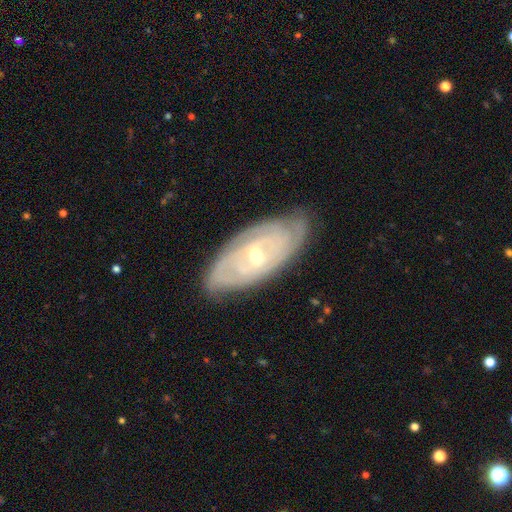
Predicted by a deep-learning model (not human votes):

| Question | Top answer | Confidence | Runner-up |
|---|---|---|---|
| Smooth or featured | featured or disk | 82% | smooth (12%) |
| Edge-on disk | no | 90% | yes (10%) |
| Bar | weak | 45% | no (40%) |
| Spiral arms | yes | 92% | no (8%) |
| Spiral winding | tight | 77% | medium (19%) |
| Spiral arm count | can't tell | 45% | 2 (20%) |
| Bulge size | moderate | 51% | small (45%) |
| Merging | none | 77% | minor disturbance (18%) |